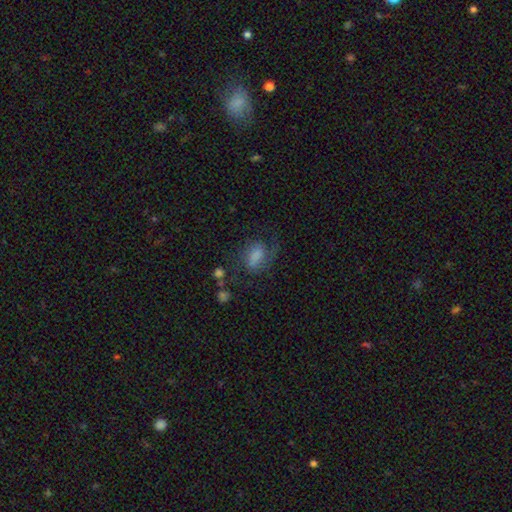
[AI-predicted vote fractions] Smooth or featured?
  - featured or disk: 49% *
  - smooth: 37%
  - star or artifact: 14%
Merging?
  - none: 53% *
  - major disturbance: 22%
  - minor disturbance: 21%
  - merger: 4%